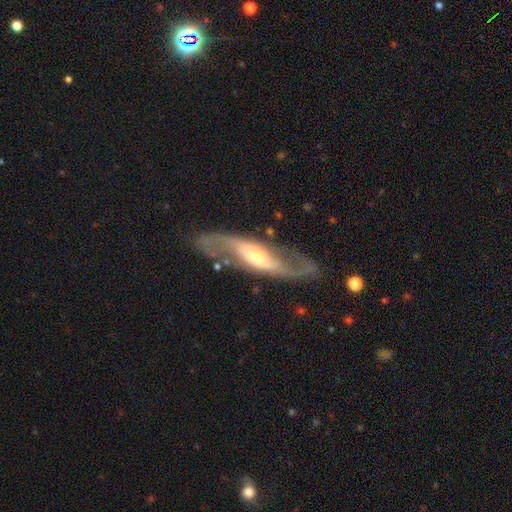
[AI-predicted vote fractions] Smooth or featured?
  - featured or disk: 81% *
  - smooth: 14%
  - star or artifact: 5%
Edge-on disk?
  - no: 82% *
  - yes: 18%
Bar?
  - no: 50% *
  - weak: 27%
  - strong: 23%
Spiral arms?
  - yes: 89% *
  - no: 11%
Spiral winding?
  - loose: 50% *
  - medium: 36%
  - tight: 14%
Spiral arm count?
  - 2: 88% *
  - can't tell: 6%
  - 1: 3%
  - 3: 1%
  - 4: 1%
  - more than 4: 1%
Bulge size?
  - small: 51% *
  - moderate: 39%
  - large: 7%
  - dominant: 2%
  - none: 2%
Merging?
  - none: 73% *
  - minor disturbance: 14%
  - major disturbance: 10%
  - merger: 3%